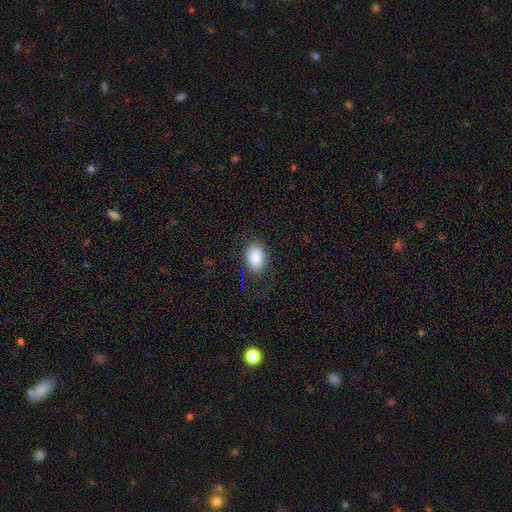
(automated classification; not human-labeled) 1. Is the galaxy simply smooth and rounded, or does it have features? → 86% smooth, 8% star or artifact, 6% featured or disk.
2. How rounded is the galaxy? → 86% in between, 12% round, 1% cigar-shaped.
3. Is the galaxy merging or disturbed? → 81% none, 13% minor disturbance, 5% major disturbance, 1% merger.